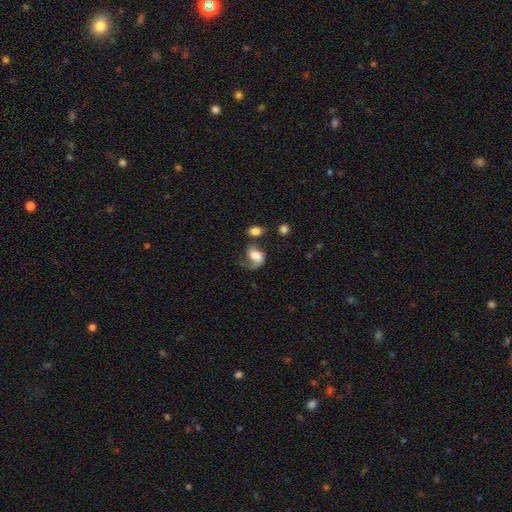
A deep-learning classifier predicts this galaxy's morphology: This is possibly a featured or disk galaxy (48%). Merging: marginally major disturbance (35%).